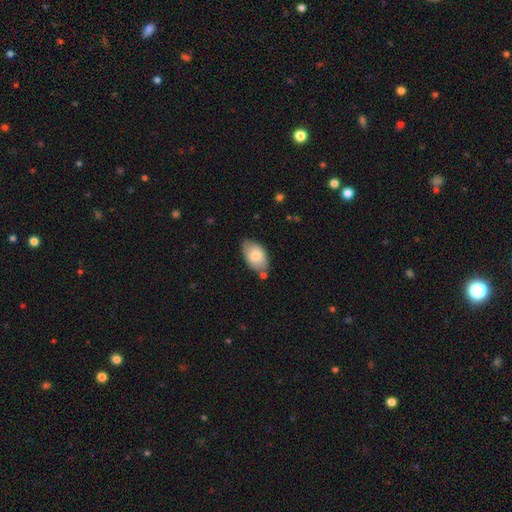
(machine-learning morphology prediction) smooth 77%, featured or disk 17%, star or artifact 6%. Down the decision tree: how rounded — in between (93%); merging — none (69%).